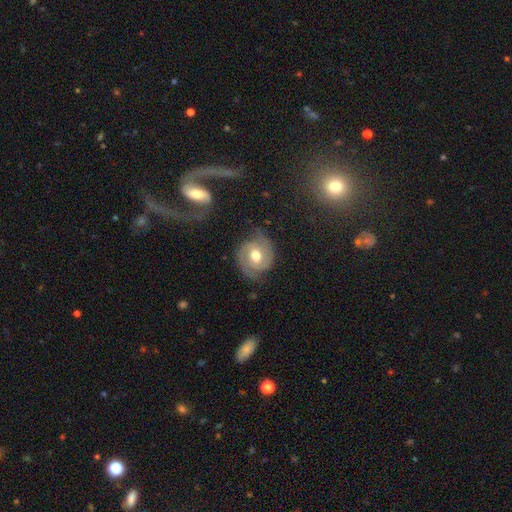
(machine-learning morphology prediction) Overall: featured or disk (80%). Edge-on disk: no (98%). Bar: no (57%; weak 34%). Spiral arms: yes (94%). Spiral arm count: 2 (91%). Spiral winding: medium (45%; tight 41%). Bulge size: moderate (79%). Merging: none (73%).